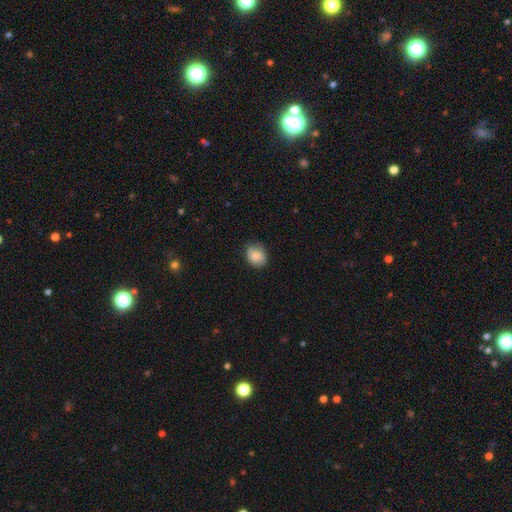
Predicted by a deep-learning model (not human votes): Smooth or featured: smooth — 84% (featured or disk — 8%)
How rounded: round — 61% (in between — 39%)
Merging: none — 77% (minor disturbance — 18%)